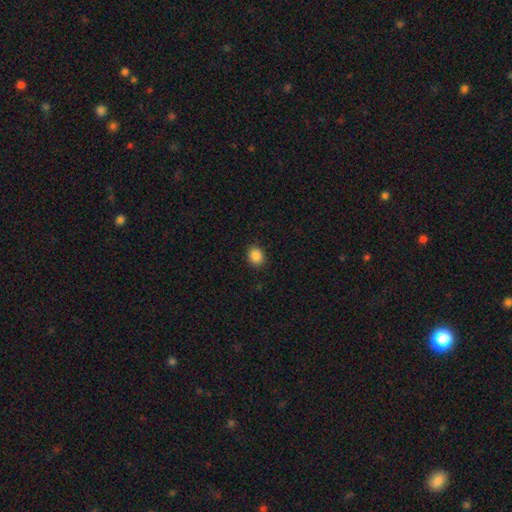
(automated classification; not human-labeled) Smooth or featured? smooth (87%)
How rounded? round (63%)
Merging? none (90%)